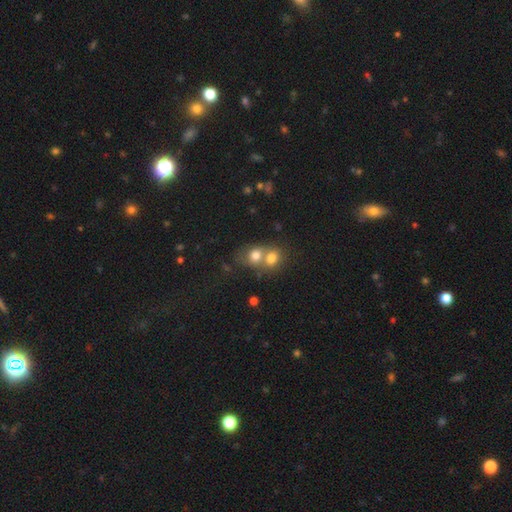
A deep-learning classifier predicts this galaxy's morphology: This appears to be a smooth galaxy with no disk features (74%) that is round (66%). Merging: merger (66%).